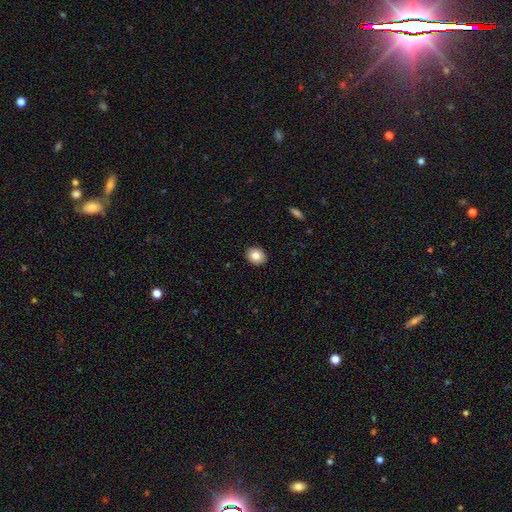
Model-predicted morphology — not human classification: Smooth or featured? Predicted: smooth (p=0.83). How rounded? Predicted: round (p=0.61). Merging? Predicted: none (p=0.91).